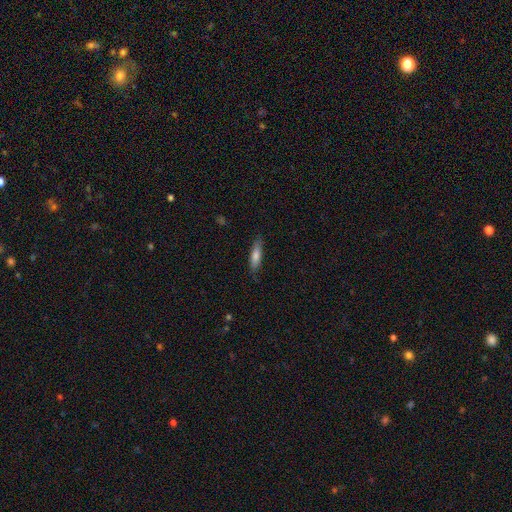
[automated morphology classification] A smooth galaxy with no disk features (69%) that is cigar-shaped (76%).

Vote fractions:
- Smooth or featured? smooth: 69% / featured or disk: 24% / star or artifact: 7%
- How rounded? cigar-shaped: 76% / in between: 23% / round: 2%
- Merging? none: 84% / minor disturbance: 12% / major disturbance: 2% / merger: 1%